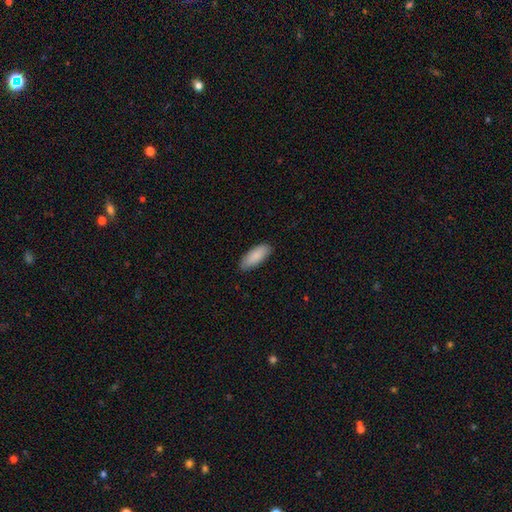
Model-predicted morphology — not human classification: This is clearly a smooth galaxy (88%). How rounded: likely in between (78%). Merging: clearly none (87%).